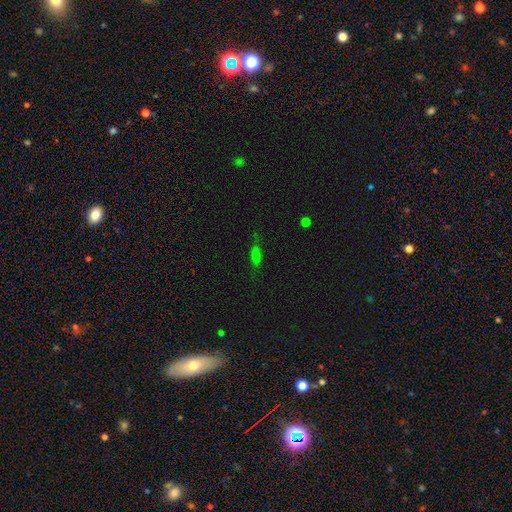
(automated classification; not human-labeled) Smooth or featured? smooth (64%)
How rounded? in between (61%)
Merging? none (68%)